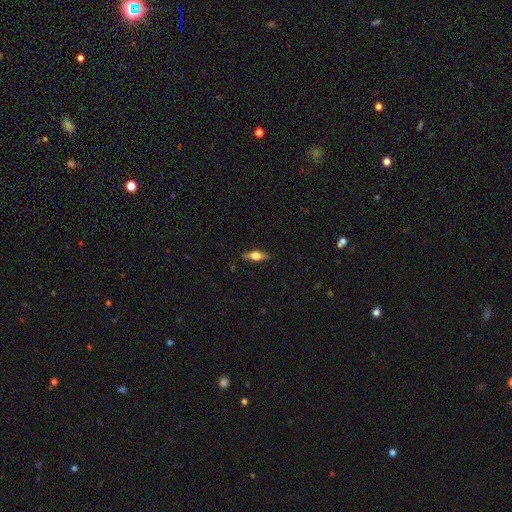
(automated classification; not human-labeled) Smooth or featured? smooth (48%)
Merging? none (87%)